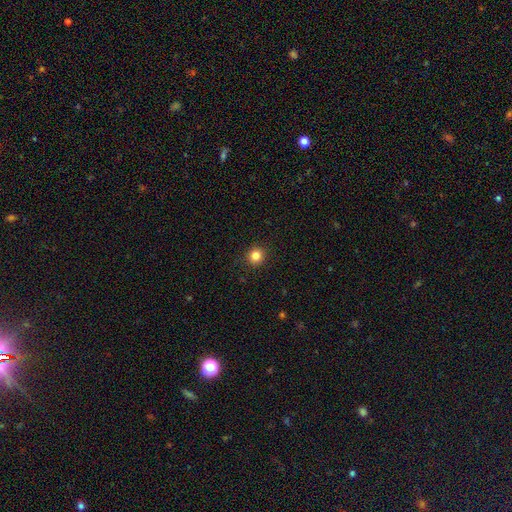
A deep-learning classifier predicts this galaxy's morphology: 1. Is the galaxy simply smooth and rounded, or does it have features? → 83% smooth, 12% star or artifact, 5% featured or disk.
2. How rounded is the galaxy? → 91% round, 8% in between, 1% cigar-shaped.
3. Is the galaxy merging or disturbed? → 92% none, 5% minor disturbance, 2% major disturbance, 1% merger.